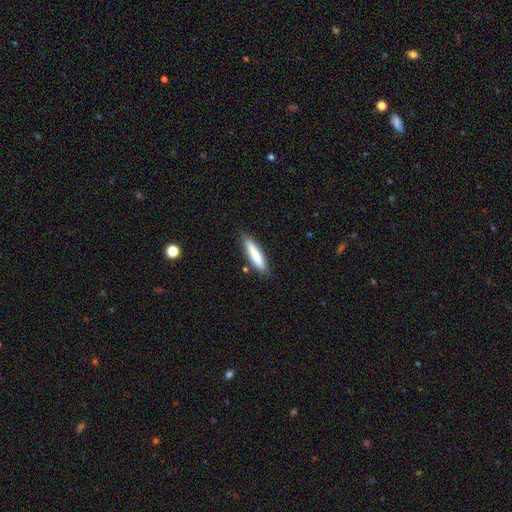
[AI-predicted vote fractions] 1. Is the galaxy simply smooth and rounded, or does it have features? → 77% smooth, 17% featured or disk, 6% star or artifact.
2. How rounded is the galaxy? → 81% cigar-shaped, 17% in between, 1% round.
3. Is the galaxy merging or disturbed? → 82% none, 13% minor disturbance, 2% merger, 2% major disturbance.